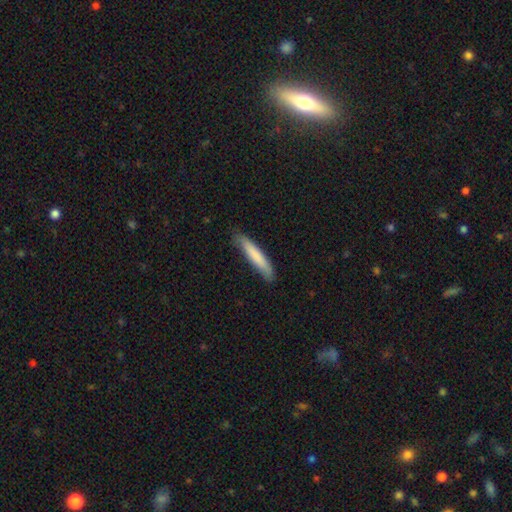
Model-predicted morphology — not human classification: Smooth or featured: smooth — 79% (featured or disk — 16%)
How rounded: cigar-shaped — 91% (in between — 8%)
Merging: none — 83% (minor disturbance — 14%)